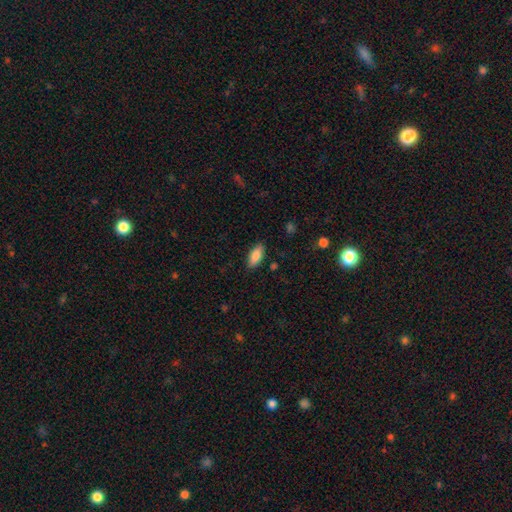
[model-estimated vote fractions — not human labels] Morphology: type=smooth (84%); roundness=in between (84%); merging=none (86%).